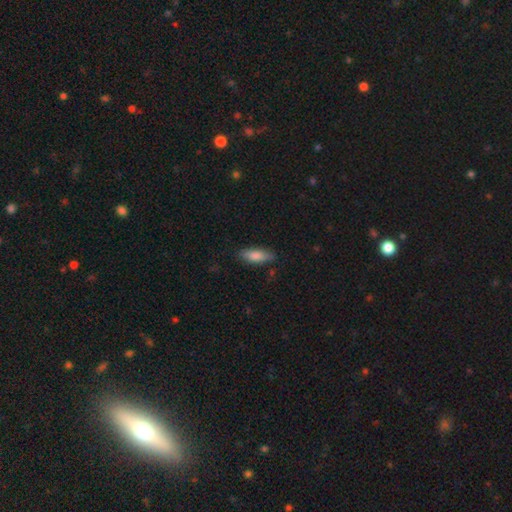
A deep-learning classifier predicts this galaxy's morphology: Overall: smooth (81%). How rounded: in between (60%; cigar-shaped 38%). Merging: none (81%).